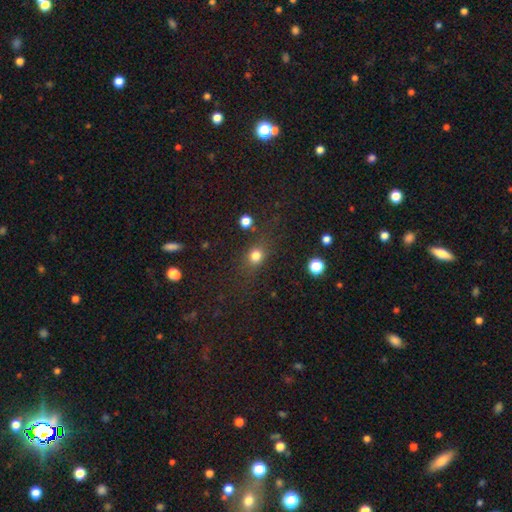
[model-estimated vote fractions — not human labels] Morphology: type=smooth (76%); roundness=round (66%); merging=none (75%).